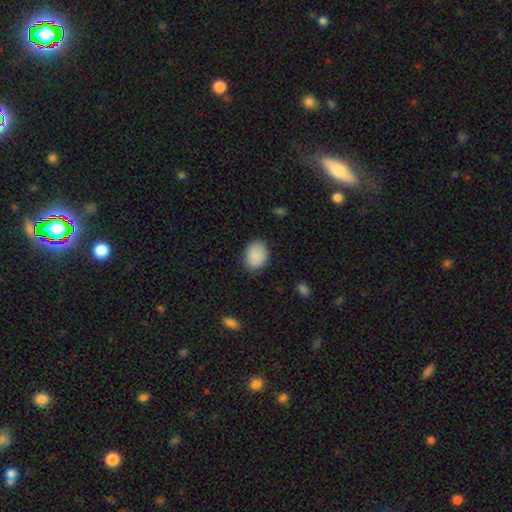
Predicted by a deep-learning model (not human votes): The model was most divided on "how rounded": in between: 63%, round: 36%, cigar-shaped: 1%. More confident: smooth or featured — smooth (89%); merging — none (86%).